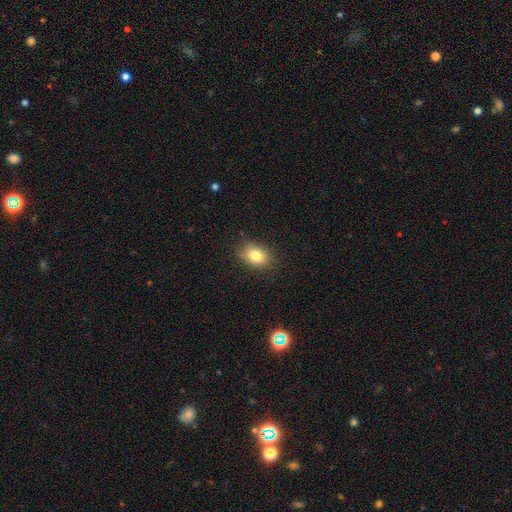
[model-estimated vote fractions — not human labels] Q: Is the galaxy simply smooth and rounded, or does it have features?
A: smooth — 81%.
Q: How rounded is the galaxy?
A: in between — 70%.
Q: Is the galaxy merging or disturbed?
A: none — 82%.